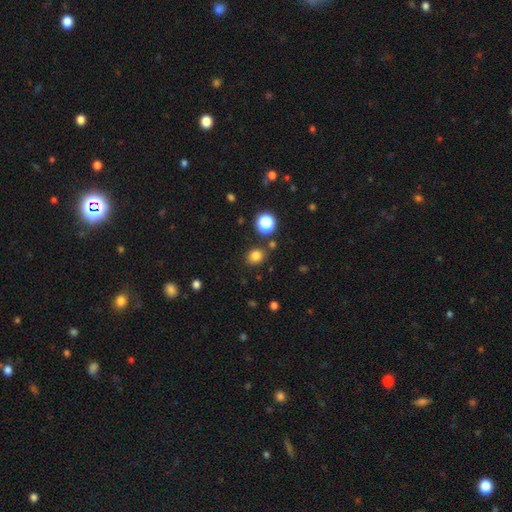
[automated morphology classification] smooth 79%, star or artifact 16%, featured or disk 5%. Down the decision tree: how rounded — round (70%); merging — none (82%).